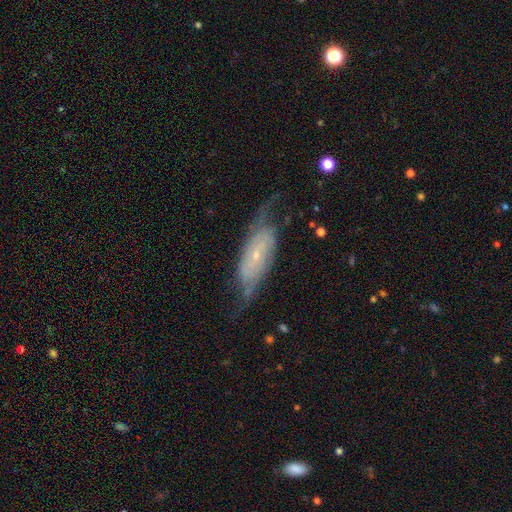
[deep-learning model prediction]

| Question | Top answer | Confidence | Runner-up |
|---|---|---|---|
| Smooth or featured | featured or disk | 73% | smooth (20%) |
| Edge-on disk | no | 83% | yes (17%) |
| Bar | no | 65% | weak (25%) |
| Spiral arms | yes | 86% | no (14%) |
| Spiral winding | medium | 38% | loose (34%) |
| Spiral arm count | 2 | 70% | can't tell (20%) |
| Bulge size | small | 80% | moderate (13%) |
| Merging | none | 59% | minor disturbance (23%) |